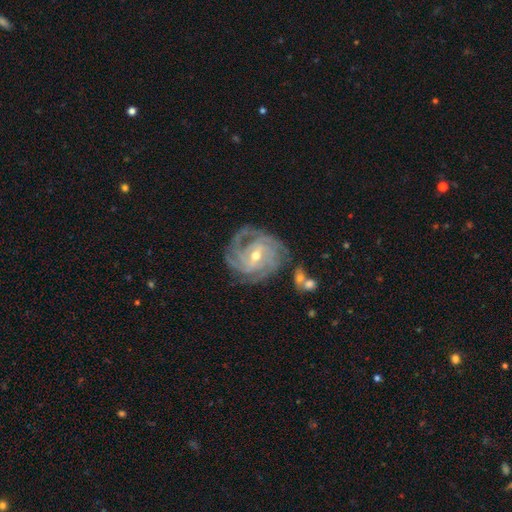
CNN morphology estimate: A featured or disk galaxy (90%) with a weak bar (48%), 4 (36%) tight (73%) spiral arms (98%) and a moderate central bulge (50%).

Vote fractions:
- Smooth or featured? featured or disk: 90% / star or artifact: 5% / smooth: 4%
- Edge-on disk? no: 97% / yes: 3%
- Bar? weak: 48% / no: 30% / strong: 22%
- Spiral arms? yes: 98% / no: 2%
- Spiral winding? tight: 73% / medium: 24% / loose: 4%
- Spiral arm count? 4: 36% / 3: 26% / can't tell: 16% / 2: 9% / more than 4: 7% / 1: 6%
- Bulge size? moderate: 50% / small: 48% / large: 1% / none: 1% / dominant: 1%
- Merging? none: 74% / minor disturbance: 16% / major disturbance: 6% / merger: 4%